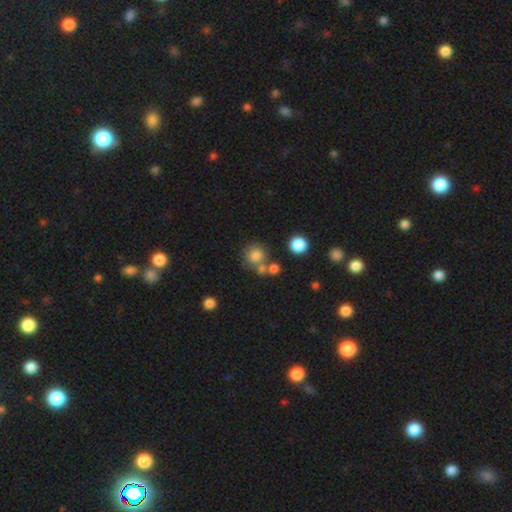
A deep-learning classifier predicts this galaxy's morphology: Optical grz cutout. It shows a smooth galaxy with no disk features (76%) that is round (86%). Merging: none (56%).